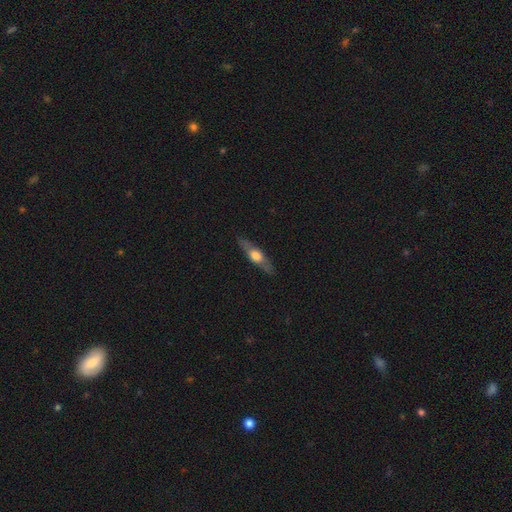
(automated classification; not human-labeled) featured or disk 57%, smooth 38%, star or artifact 5%. Down the decision tree: edge-on disk — yes (89%); edge-on bulge — rounded (90%); merging — none (85%).